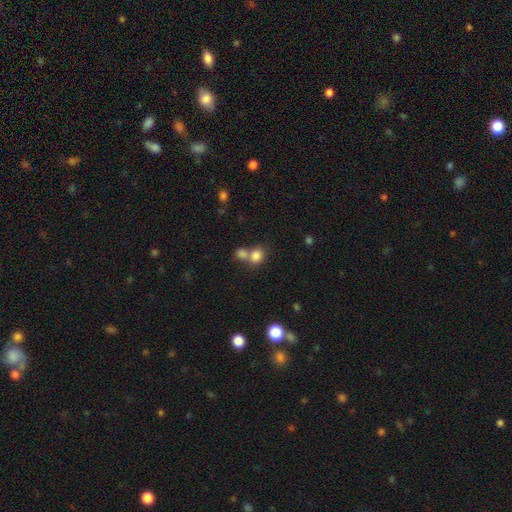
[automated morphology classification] type=smooth (81%); roundness=round (67%); merging=merger (48%).